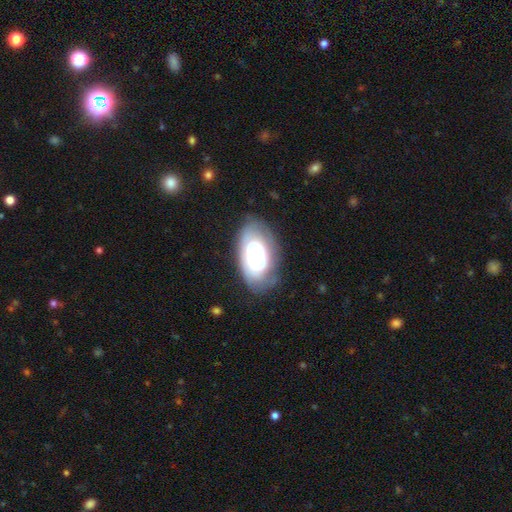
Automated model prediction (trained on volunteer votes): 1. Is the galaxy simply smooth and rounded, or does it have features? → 68% featured or disk, 26% smooth, 6% star or artifact.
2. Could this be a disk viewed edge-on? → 94% no, 6% yes.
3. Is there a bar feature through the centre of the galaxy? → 84% no, 12% weak, 4% strong.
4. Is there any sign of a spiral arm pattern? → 56% no, 44% yes.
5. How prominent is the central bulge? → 54% moderate, 32% small, 10% large, 2% dominant, 2% none.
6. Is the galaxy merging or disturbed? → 66% none, 21% minor disturbance, 11% major disturbance, 2% merger.